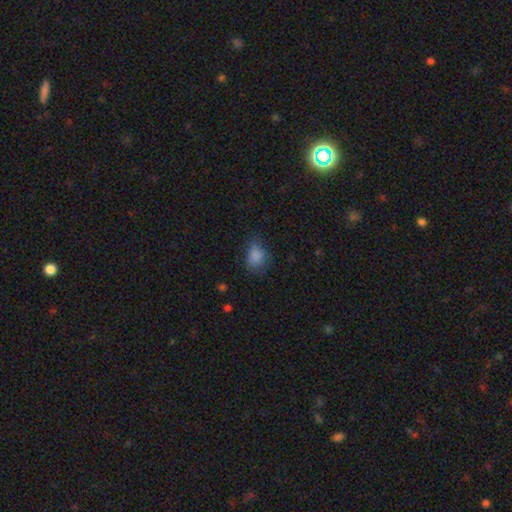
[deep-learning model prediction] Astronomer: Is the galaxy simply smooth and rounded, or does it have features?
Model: smooth — 82%.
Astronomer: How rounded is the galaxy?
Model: in between — 57% (runner-up: round, 41%).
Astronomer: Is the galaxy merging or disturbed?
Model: none — 58%.